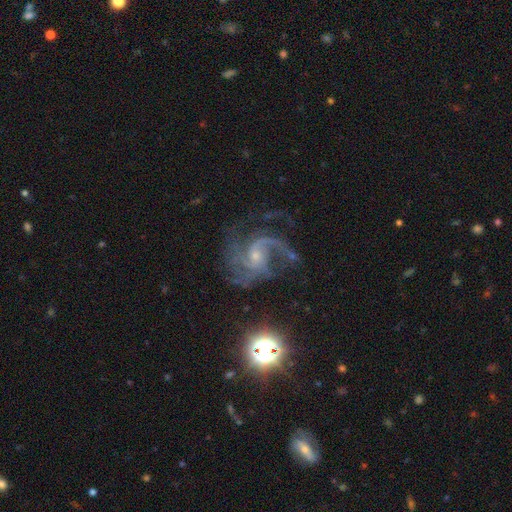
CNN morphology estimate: Overall: featured or disk (86%). Edge-on disk: no (98%). Bar: no (50%; weak 40%). Spiral arms: yes (97%). Spiral arm count: 2 (45%; 3 22%). Spiral winding: medium (52%; loose 31%). Bulge size: small (68%). Merging: none (59%; major disturbance 21%).